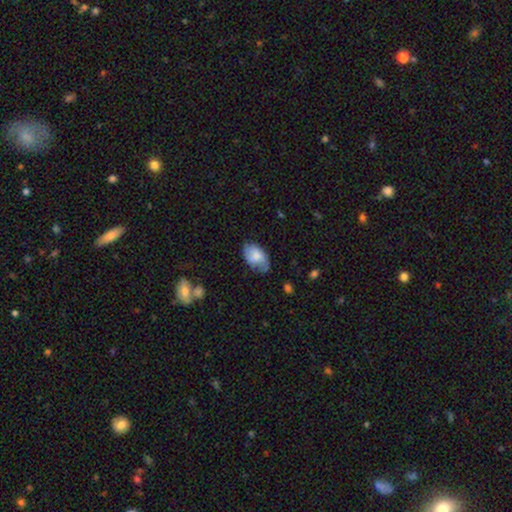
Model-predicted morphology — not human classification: Smooth or featured? Predicted: smooth (p=0.69). How rounded? Predicted: in between (p=0.92). Merging? Predicted: none (p=0.58).